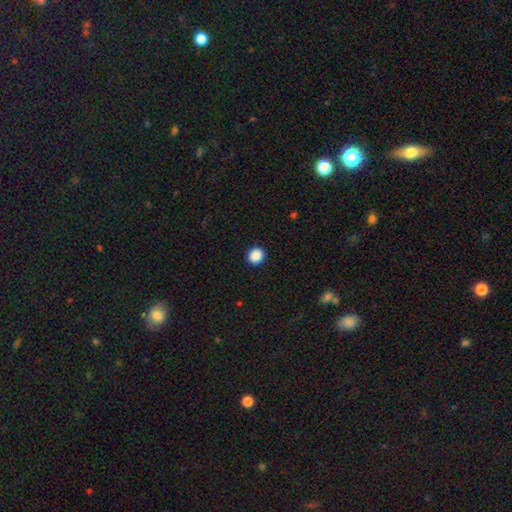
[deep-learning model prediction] Smooth or featured: smooth — 88% (star or artifact — 9%)
How rounded: round — 87% (in between — 12%)
Merging: none — 92% (minor disturbance — 5%)